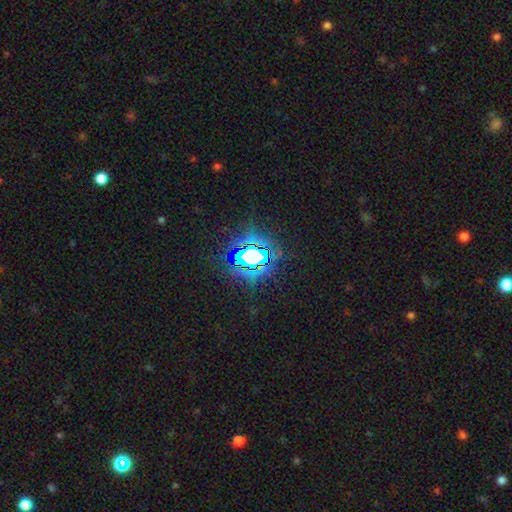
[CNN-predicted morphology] Overall: star or artifact (74%).